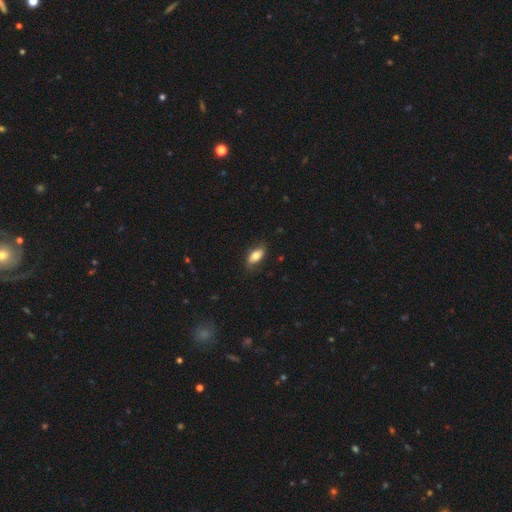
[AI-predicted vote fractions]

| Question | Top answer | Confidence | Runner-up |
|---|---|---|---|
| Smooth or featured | smooth | 75% | featured or disk (19%) |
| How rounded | in between | 88% | cigar-shaped (8%) |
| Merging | none | 77% | minor disturbance (18%) |